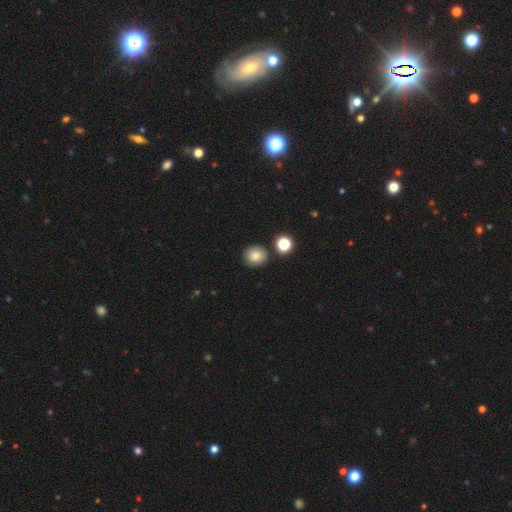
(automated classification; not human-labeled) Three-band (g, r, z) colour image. It shows a smooth galaxy with no disk features (81%) that is round (82%). Merging: none (83%).